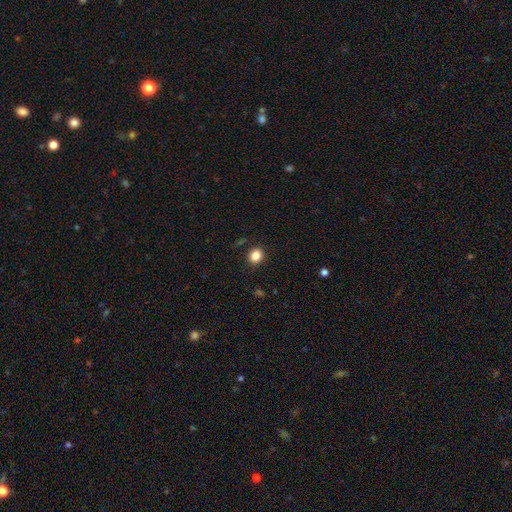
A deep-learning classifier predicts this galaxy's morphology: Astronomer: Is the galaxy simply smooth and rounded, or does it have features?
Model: smooth — 86%.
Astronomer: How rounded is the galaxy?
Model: round — 76%.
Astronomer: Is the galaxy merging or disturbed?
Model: none — 88%.